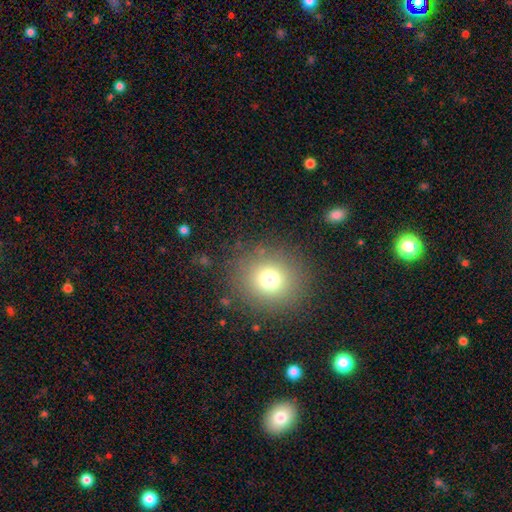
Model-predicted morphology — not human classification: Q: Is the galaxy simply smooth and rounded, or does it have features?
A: smooth — 69%.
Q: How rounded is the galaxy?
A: round — 87%.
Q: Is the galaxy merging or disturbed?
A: none — 89%.